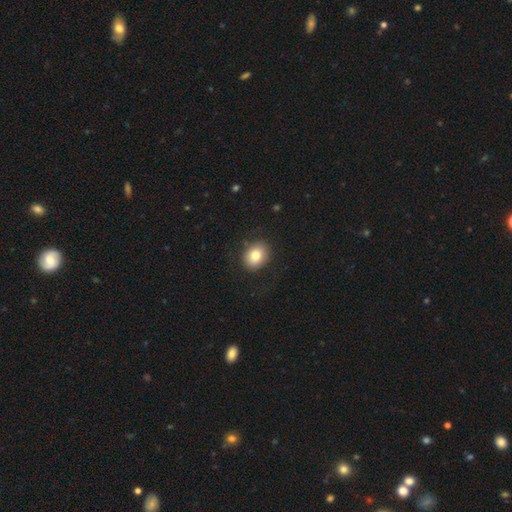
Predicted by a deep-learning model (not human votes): Smooth or featured? smooth (81%)
How rounded? round (52%)
Merging? none (84%)